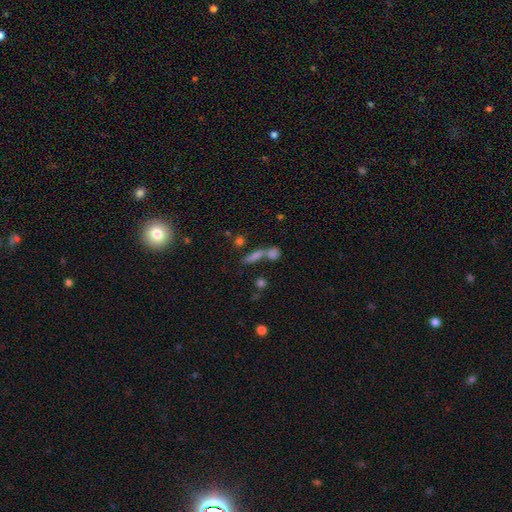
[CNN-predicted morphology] Smooth or featured? Predicted: smooth (p=0.60). How rounded? Predicted: cigar-shaped (p=0.54). Merging? Predicted: none (p=0.49).